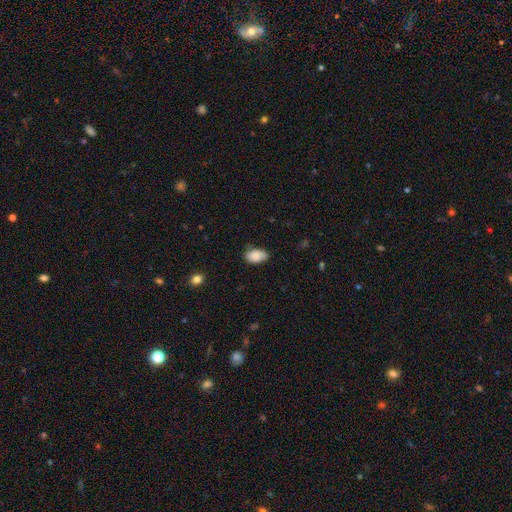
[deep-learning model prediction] smooth 84%, featured or disk 9%, star or artifact 7%. Down the decision tree: how rounded — in between (91%); merging — none (64%).